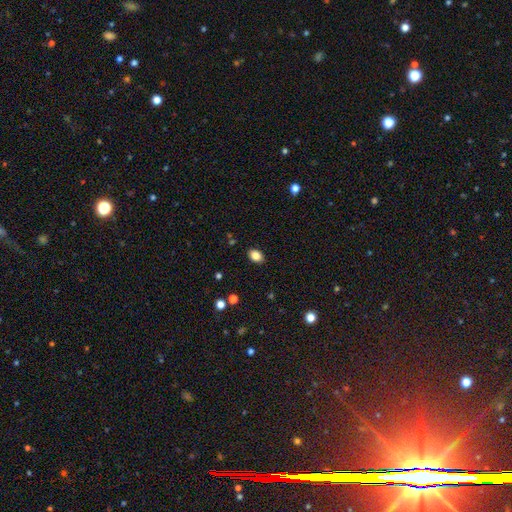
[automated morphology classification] type=smooth (85%); roundness=in between (81%); merging=none (88%).